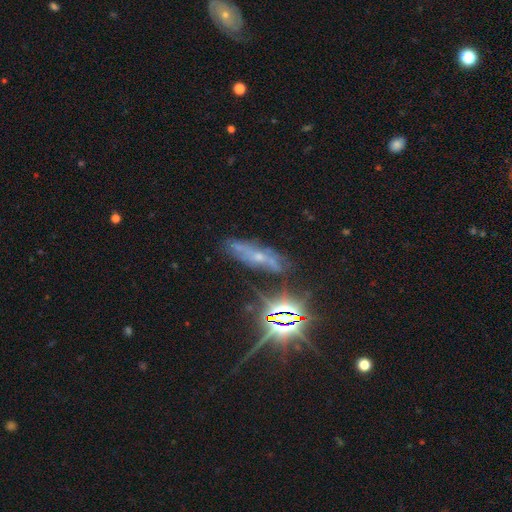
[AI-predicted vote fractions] featured or disk 42%, star or artifact 41%, smooth 17%. Down the decision tree: merging — none (71%).